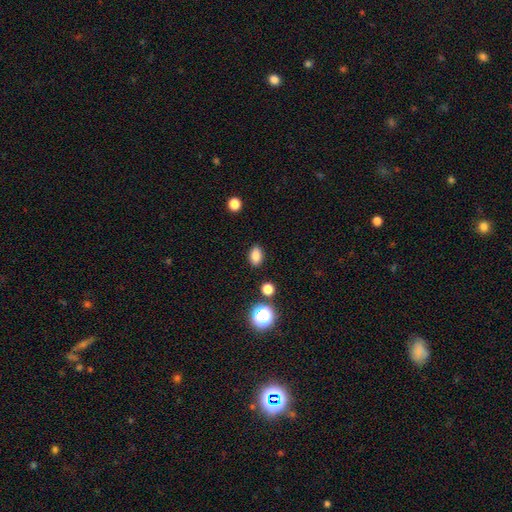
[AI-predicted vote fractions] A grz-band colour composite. It shows a smooth galaxy with no disk features (83%) that is in between round and cigar-shaped (83%). Merging: none (87%).